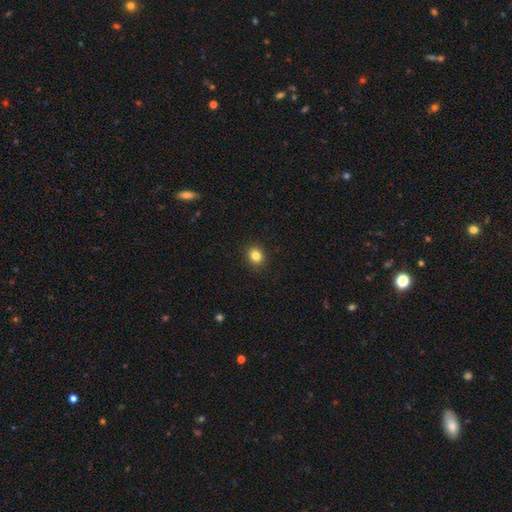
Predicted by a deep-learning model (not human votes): This is clearly a smooth galaxy (83%). How rounded: likely round (77%). Merging: clearly none (91%).